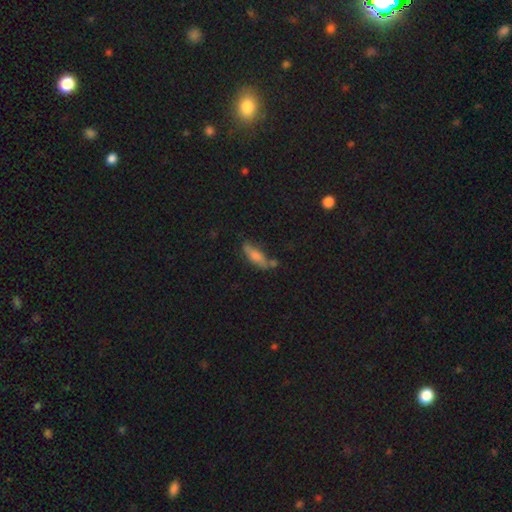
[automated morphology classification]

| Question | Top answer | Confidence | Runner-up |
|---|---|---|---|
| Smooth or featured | smooth | 61% | featured or disk (28%) |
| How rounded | cigar-shaped | 52% | in between (45%) |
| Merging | none | 56% | minor disturbance (24%) |